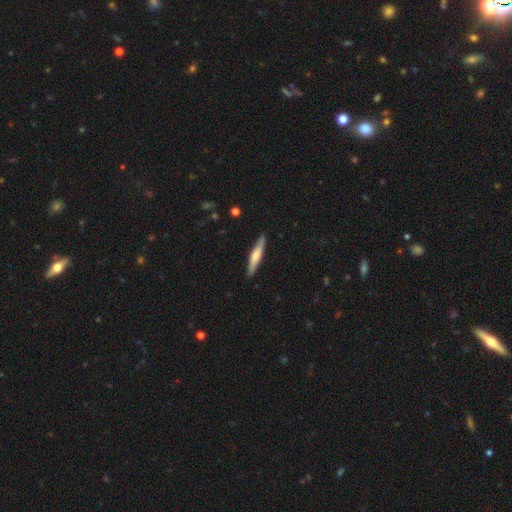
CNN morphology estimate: type=smooth (55%); roundness=cigar-shaped (91%); merging=none (89%).